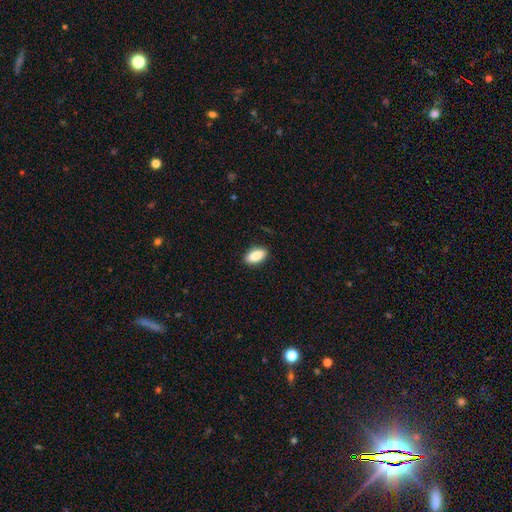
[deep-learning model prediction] The model was most divided on "merging": none: 87%, minor disturbance: 10%, major disturbance: 2%, merger: 1%. More confident: how rounded — in between (90%); smooth or featured — smooth (89%).